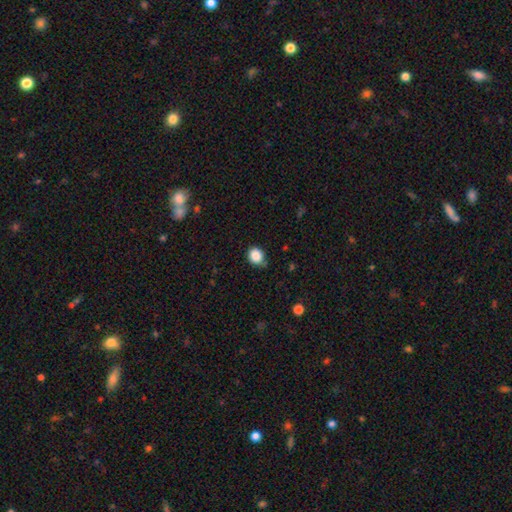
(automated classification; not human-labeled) Smooth or featured? Predicted: smooth (p=0.86). How rounded? Predicted: round (p=0.70). Merging? Predicted: none (p=0.72).